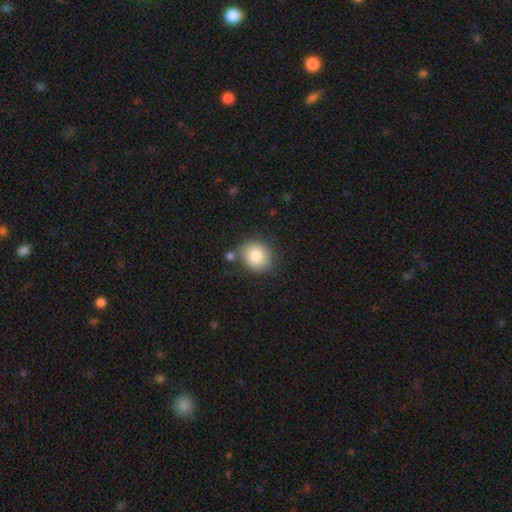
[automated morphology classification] smooth 86%, star or artifact 8%, featured or disk 6%. Down the decision tree: how rounded — round (74%); merging — none (74%).